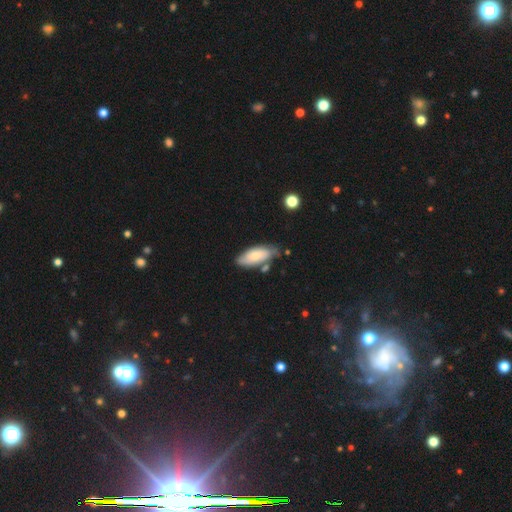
This is likely a smooth galaxy (77%). How rounded: clearly in between (93%). Merging: possibly none (58%).